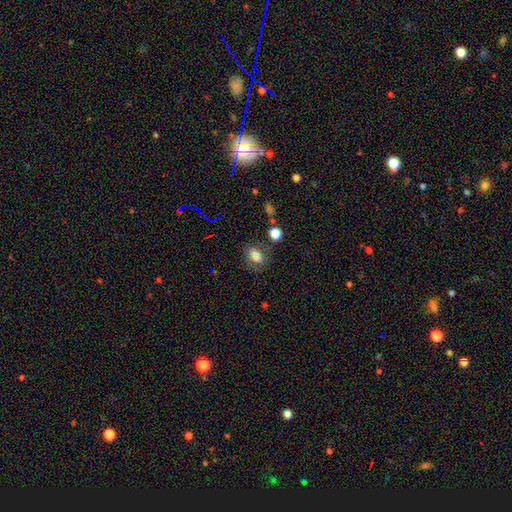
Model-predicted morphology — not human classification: Smooth or featured? smooth (67%)
How rounded? in between (71%)
Merging? none (61%)